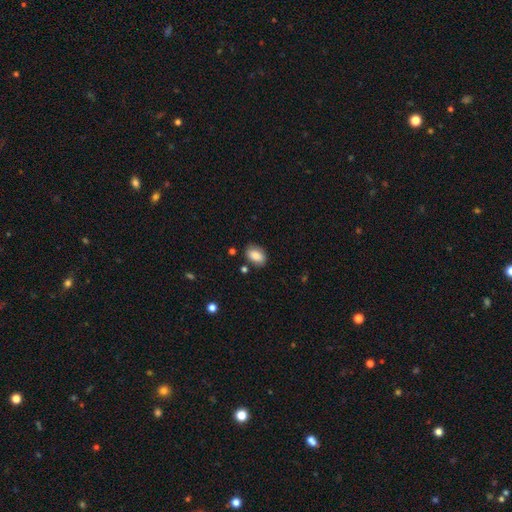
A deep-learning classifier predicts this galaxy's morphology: Smooth or featured? Predicted: smooth (p=0.86). How rounded? Predicted: in between (p=0.87). Merging? Predicted: none (p=0.79).